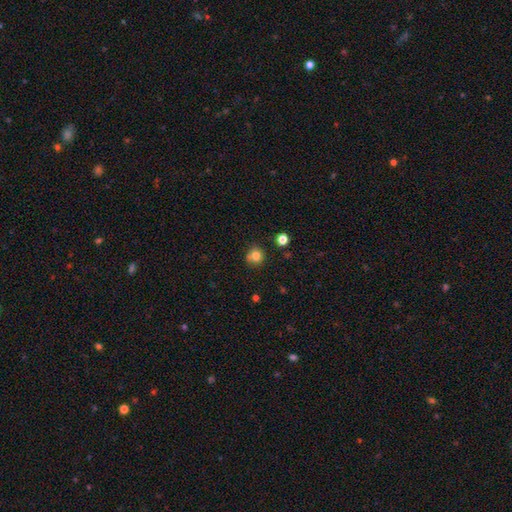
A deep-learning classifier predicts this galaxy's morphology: smooth-or-featured: smooth: 80% | star or artifact: 13% | featured or disk: 7%
  how-rounded: round: 89% | in between: 10% | cigar-shaped: 1%
  merging: none: 75% | minor disturbance: 15% | merger: 7% | major disturbance: 4%